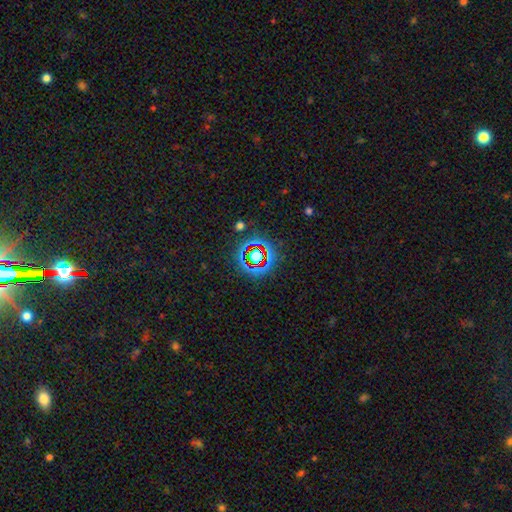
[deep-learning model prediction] Overall: star or artifact (68%).